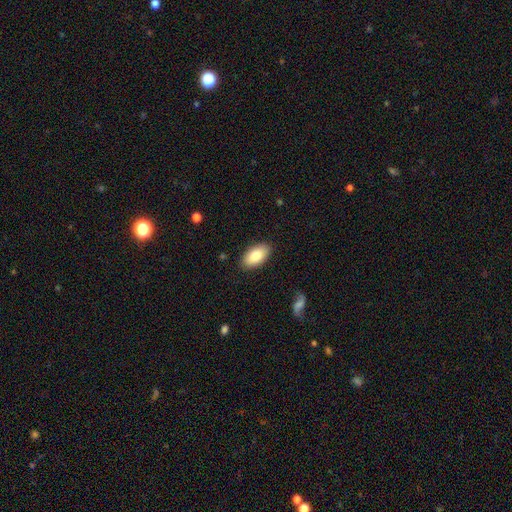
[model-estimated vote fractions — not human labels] Smooth or featured? Predicted: smooth (p=0.86). How rounded? Predicted: in between (p=0.94). Merging? Predicted: none (p=0.88).